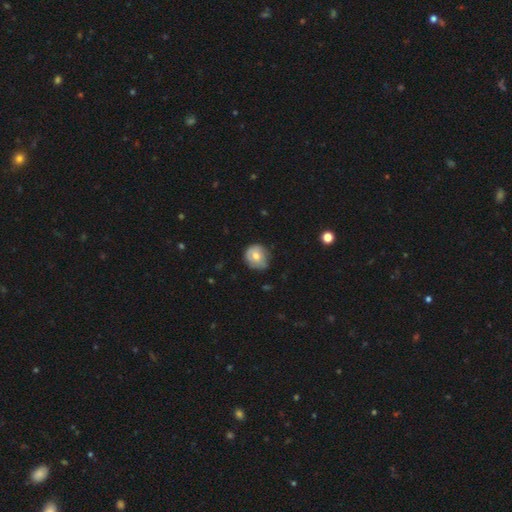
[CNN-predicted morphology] Smooth or featured: smooth — 68% (featured or disk — 25%)
How rounded: round — 80% (in between — 19%)
Merging: none — 65% (minor disturbance — 28%)